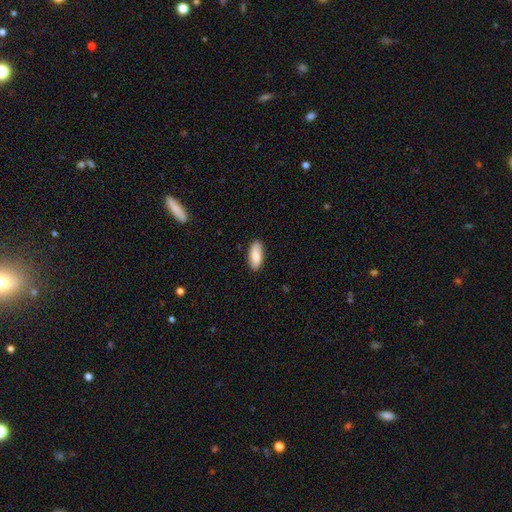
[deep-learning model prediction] Smooth or featured? Predicted: smooth (p=0.83). How rounded? Predicted: in between (p=0.84). Merging? Predicted: none (p=0.87).